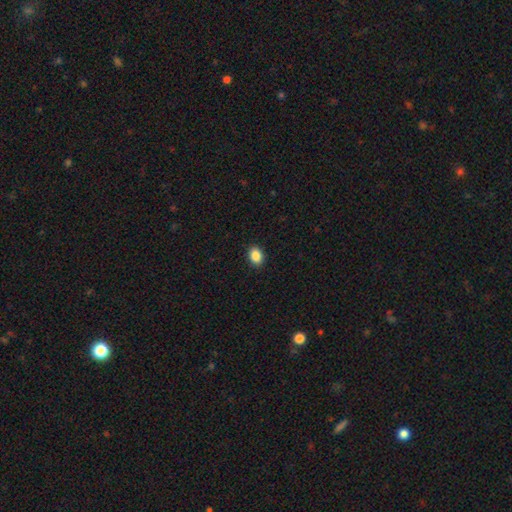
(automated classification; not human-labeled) Smooth or featured: smooth — 88% (star or artifact — 9%)
How rounded: in between — 69% (round — 30%)
Merging: none — 91% (minor disturbance — 6%)